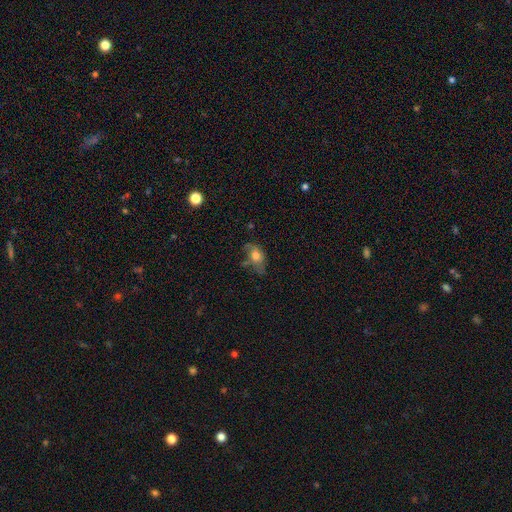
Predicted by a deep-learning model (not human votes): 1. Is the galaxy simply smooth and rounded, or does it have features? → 60% smooth, 30% featured or disk, 10% star or artifact.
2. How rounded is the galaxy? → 78% in between, 18% round, 4% cigar-shaped.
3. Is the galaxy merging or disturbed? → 42% none, 32% minor disturbance, 20% major disturbance, 6% merger.